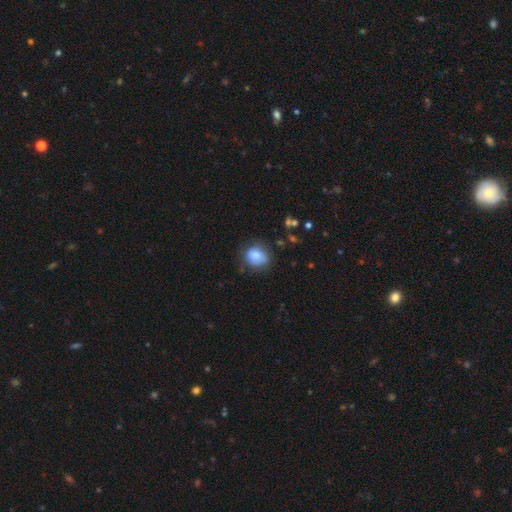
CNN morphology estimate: Smooth or featured? Predicted: smooth (p=0.84). How rounded? Predicted: round (p=0.67). Merging? Predicted: none (p=0.64).